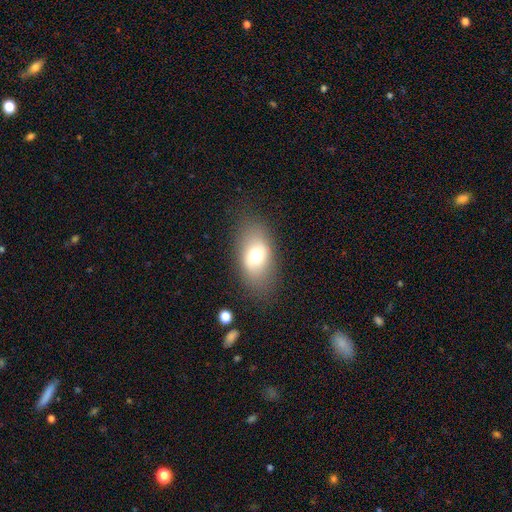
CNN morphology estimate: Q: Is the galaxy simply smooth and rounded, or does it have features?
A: smooth — 67%.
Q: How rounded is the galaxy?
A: in between — 87%.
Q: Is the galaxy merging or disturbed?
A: none — 79%.